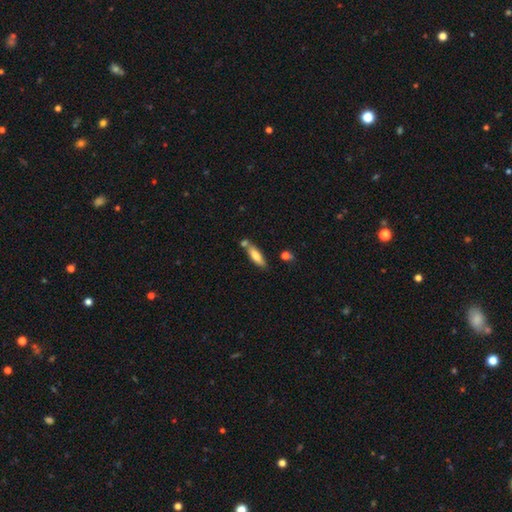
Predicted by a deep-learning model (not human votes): smooth-or-featured: smooth: 73% | featured or disk: 21% | star or artifact: 6%
  how-rounded: cigar-shaped: 55% | in between: 43% | round: 2%
  merging: none: 61% | merger: 21% | minor disturbance: 15% | major disturbance: 4%